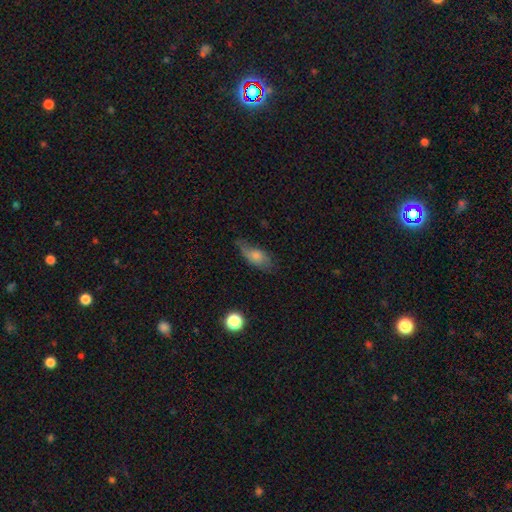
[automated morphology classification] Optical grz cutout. It shows a smooth galaxy with no disk features (58%) that is in between round and cigar-shaped (78%). Merging: none (59%).